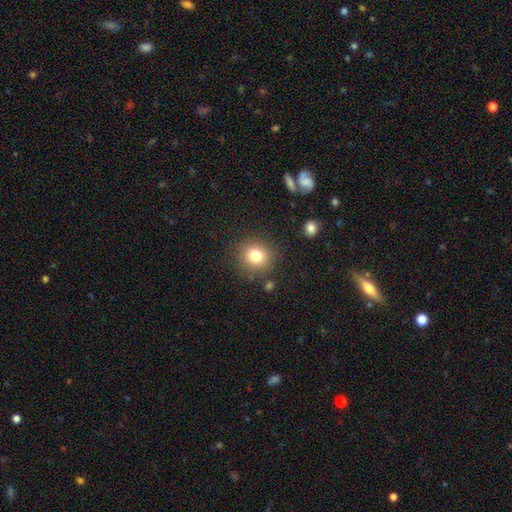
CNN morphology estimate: Smooth or featured? Predicted: smooth (p=0.79). How rounded? Predicted: round (p=0.88). Merging? Predicted: none (p=0.87).